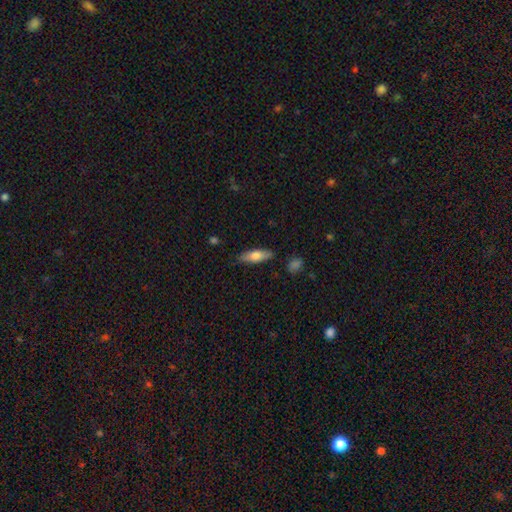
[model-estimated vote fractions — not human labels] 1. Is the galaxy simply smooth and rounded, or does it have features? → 69% smooth, 24% featured or disk, 6% star or artifact.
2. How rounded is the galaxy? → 50% in between, 48% cigar-shaped, 2% round.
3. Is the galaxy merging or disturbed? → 84% none, 12% minor disturbance, 2% major disturbance, 2% merger.